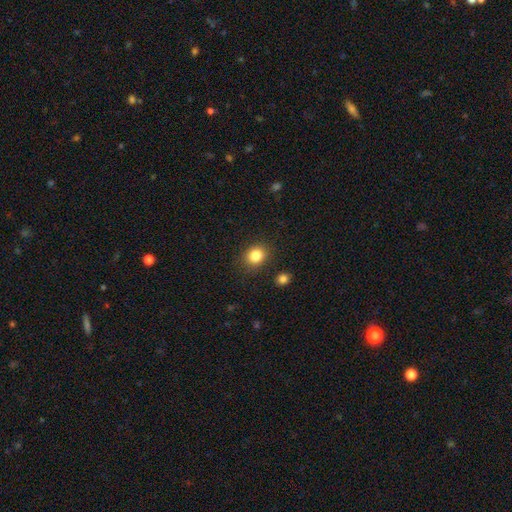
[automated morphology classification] Smooth or featured? Predicted: smooth (p=0.84). How rounded? Predicted: round (p=0.70). Merging? Predicted: none (p=0.87).